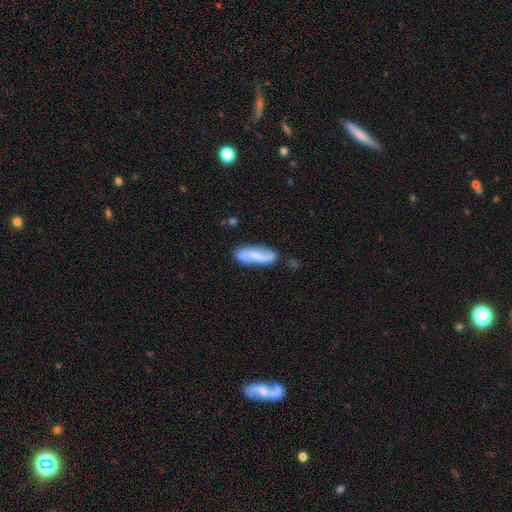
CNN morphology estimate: Smooth or featured: featured or disk — 52% (smooth — 42%)
Edge-on disk: no — 84% (yes — 16%)
Merging: none — 81% (minor disturbance — 14%)